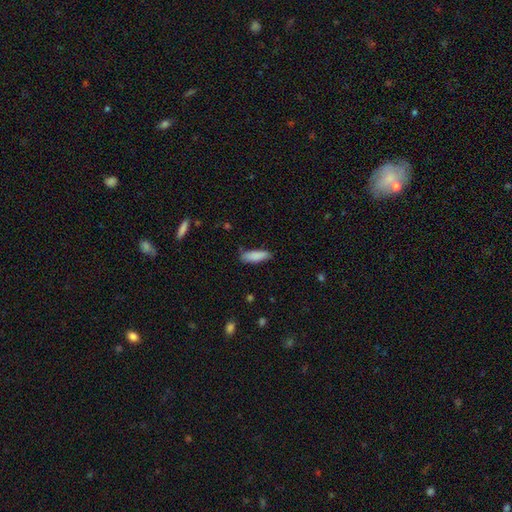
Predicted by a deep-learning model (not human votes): Morphology: type=smooth (87%); roundness=cigar-shaped (50%); merging=none (80%).